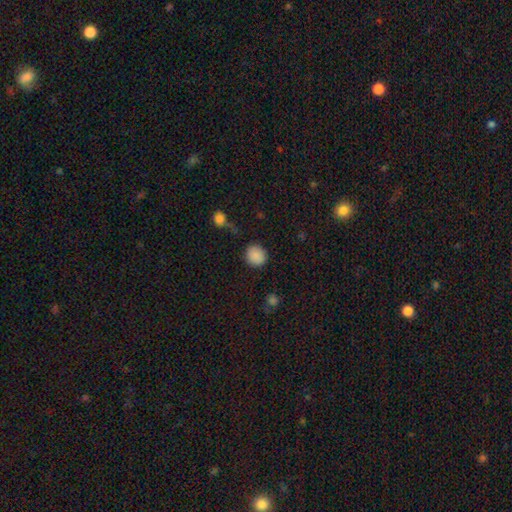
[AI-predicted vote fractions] Morphology: type=smooth (88%); roundness=round (84%); merging=none (84%).